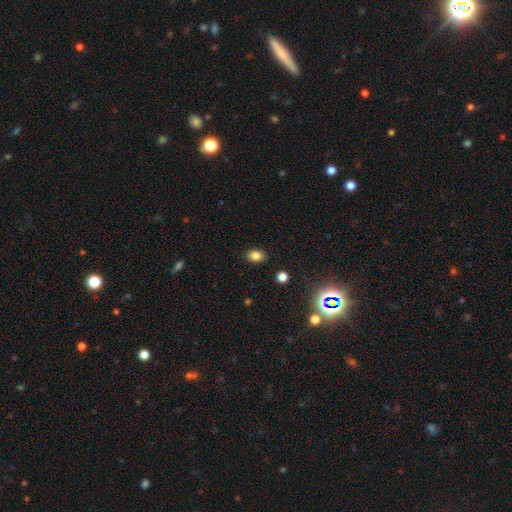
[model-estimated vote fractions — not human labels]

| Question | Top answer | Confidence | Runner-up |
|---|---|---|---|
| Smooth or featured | smooth | 81% | star or artifact (14%) |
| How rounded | in between | 72% | round (26%) |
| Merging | none | 87% | minor disturbance (9%) |